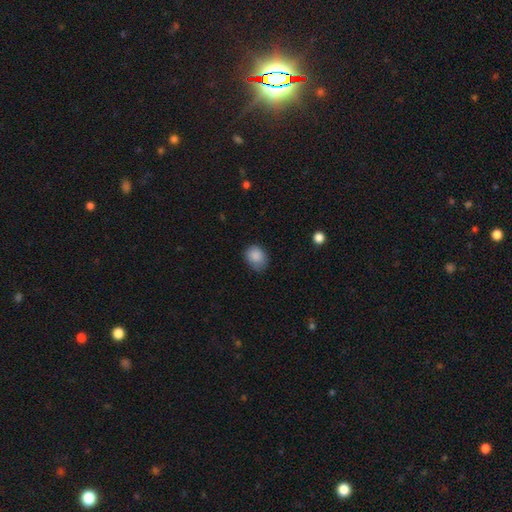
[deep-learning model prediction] A smooth galaxy with no disk features (87%) that is in between round and cigar-shaped (50%). Merging: none (65%).